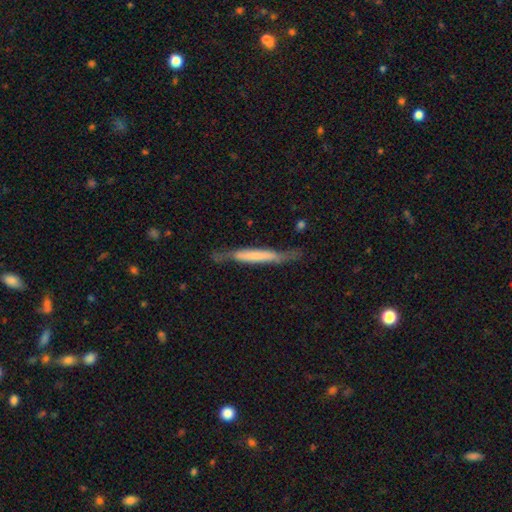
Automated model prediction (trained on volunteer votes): Smooth or featured?
  - smooth: 49% *
  - featured or disk: 46%
  - star or artifact: 5%
Merging?
  - none: 62% *
  - minor disturbance: 26%
  - major disturbance: 9%
  - merger: 3%